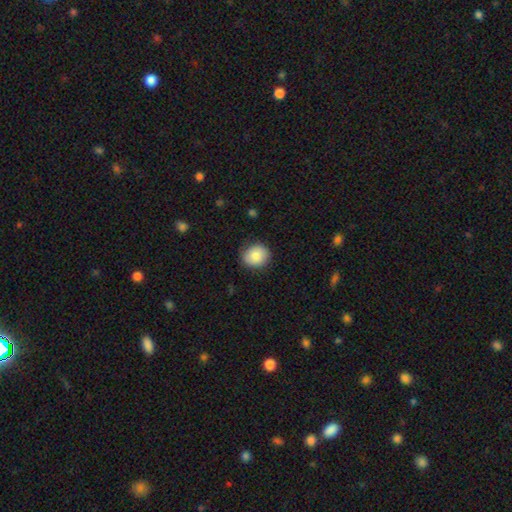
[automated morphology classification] type=smooth (83%); roundness=round (73%); merging=none (83%).